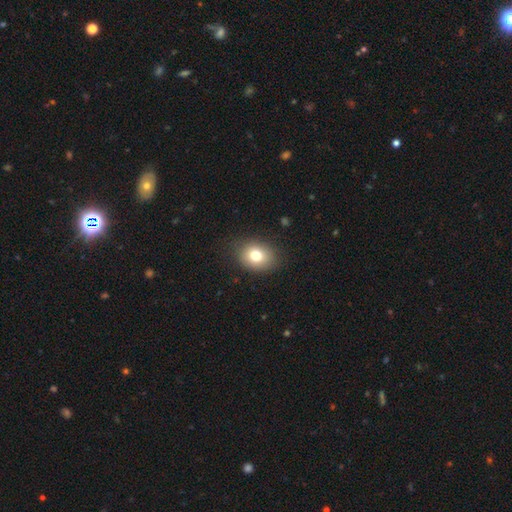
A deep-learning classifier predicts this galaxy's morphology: smooth_or_featured: smooth (p=0.77) [alt: featured or disk p=0.12]
how_rounded: in between (p=0.52) [alt: round p=0.47]
merging: none (p=0.85) [alt: minor disturbance p=0.11]